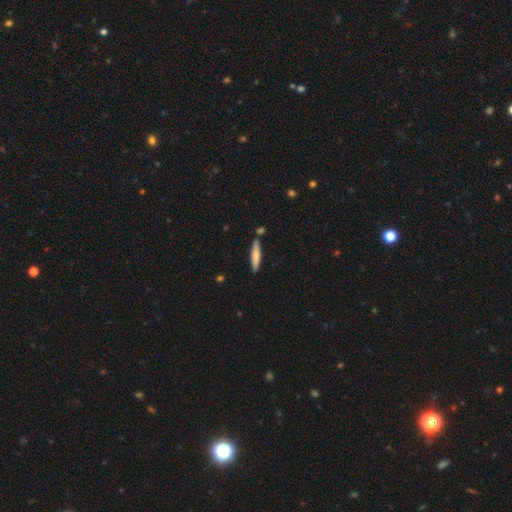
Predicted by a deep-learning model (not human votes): The model was most divided on "smooth or featured": smooth: 73%, featured or disk: 22%, star or artifact: 5%. More confident: how rounded — cigar-shaped (89%); merging — none (83%).